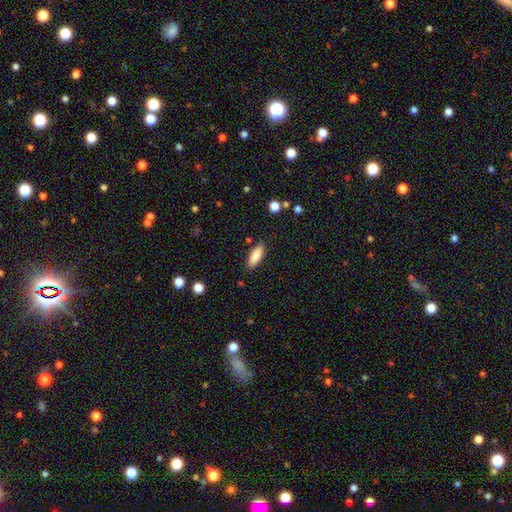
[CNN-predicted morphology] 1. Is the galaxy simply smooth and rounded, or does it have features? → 84% smooth, 10% featured or disk, 6% star or artifact.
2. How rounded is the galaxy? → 55% in between, 43% cigar-shaped, 2% round.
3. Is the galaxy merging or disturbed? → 85% none, 10% minor disturbance, 2% major disturbance, 2% merger.